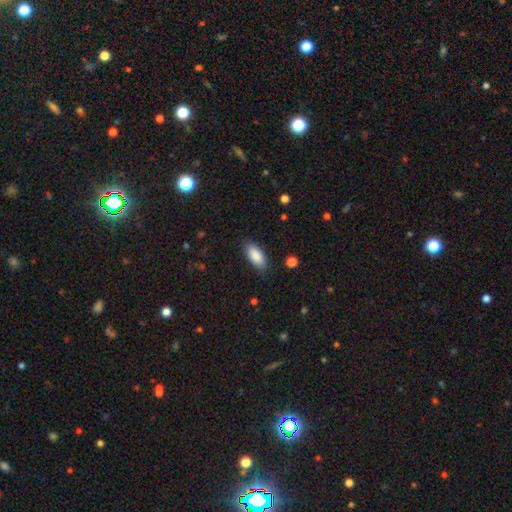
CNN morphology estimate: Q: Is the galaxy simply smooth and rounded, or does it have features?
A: smooth — 89%.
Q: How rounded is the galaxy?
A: in between — 88%.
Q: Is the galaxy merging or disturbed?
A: none — 86%.